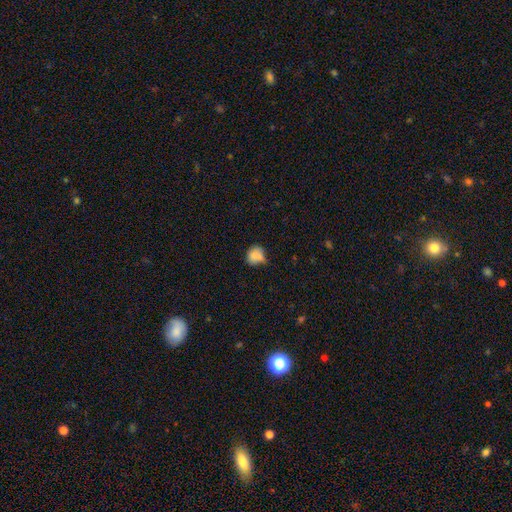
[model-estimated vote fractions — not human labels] smooth_or_featured: smooth (p=0.80) [alt: star or artifact p=0.10]
how_rounded: round (p=0.69) [alt: in between p=0.30]
merging: none (p=0.49) [alt: minor disturbance p=0.30]